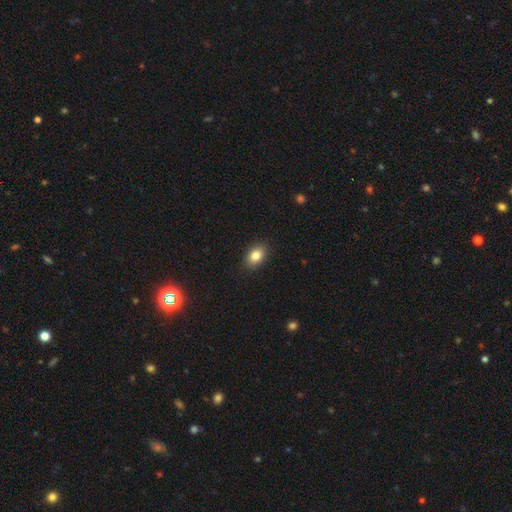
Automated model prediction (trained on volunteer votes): This is clearly a smooth galaxy (83%). How rounded: clearly in between (81%). Merging: clearly none (88%).